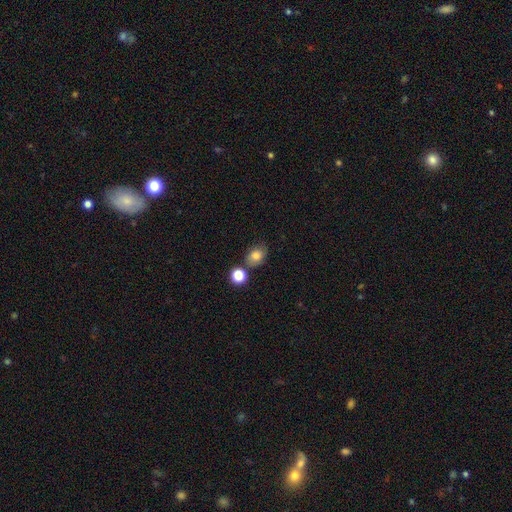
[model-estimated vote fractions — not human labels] The model was most divided on "how rounded": in between: 59%, round: 40%, cigar-shaped: 1%. More confident: smooth or featured — smooth (81%); merging — none (71%).